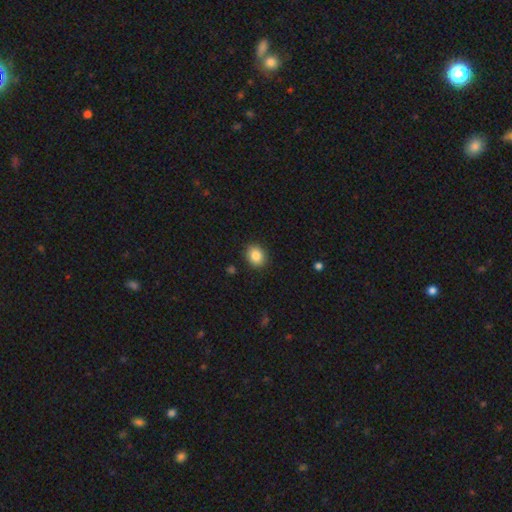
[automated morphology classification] type=smooth (85%); roundness=round (61%); merging=none (89%).